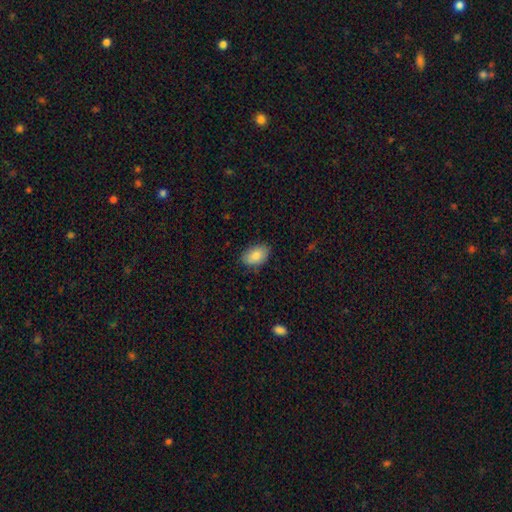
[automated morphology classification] The model was most divided on "merging": none: 81%, minor disturbance: 15%, major disturbance: 3%, merger: 1%. More confident: how rounded — in between (90%); smooth or featured — smooth (86%).